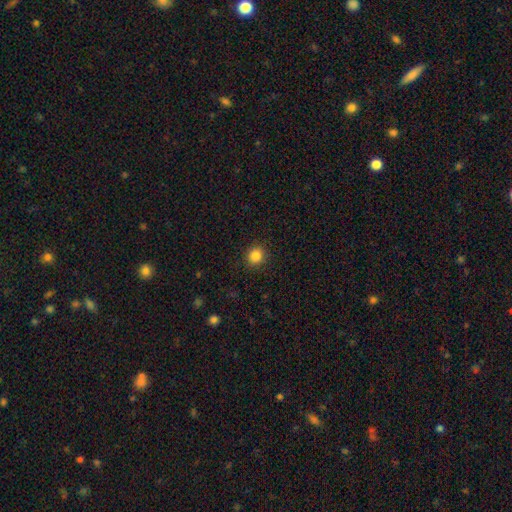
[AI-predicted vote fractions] Smooth or featured: smooth — 85% (star or artifact — 11%)
How rounded: round — 88% (in between — 11%)
Merging: none — 91% (minor disturbance — 6%)